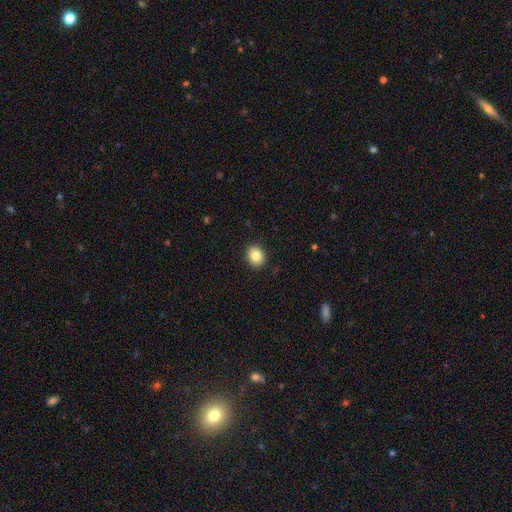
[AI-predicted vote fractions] Morphology: type=smooth (83%); roundness=round (67%); merging=none (91%).